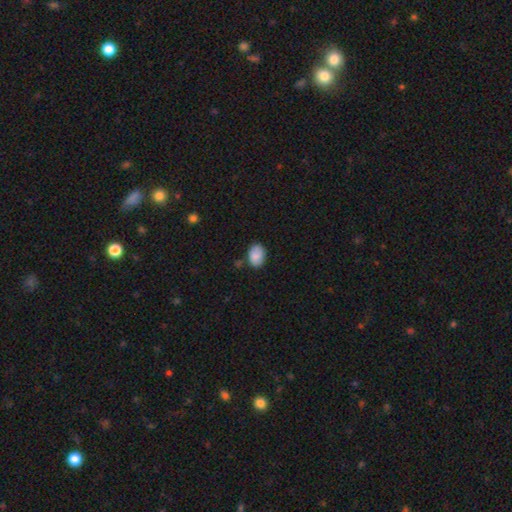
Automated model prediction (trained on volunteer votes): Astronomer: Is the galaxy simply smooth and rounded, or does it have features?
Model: smooth — 86%.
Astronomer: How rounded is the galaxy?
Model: in between — 83%.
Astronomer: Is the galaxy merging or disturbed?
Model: none — 73%.